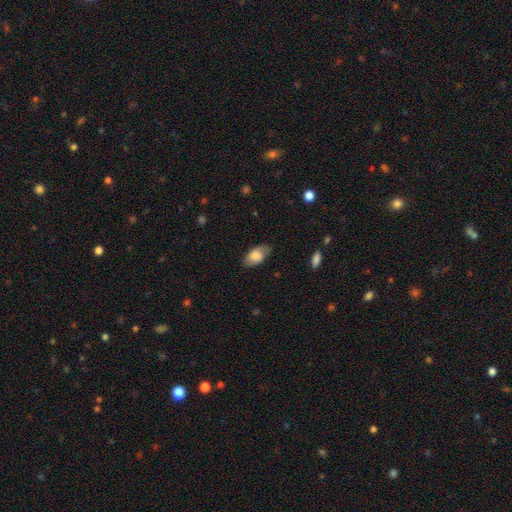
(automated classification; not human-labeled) Smooth or featured: smooth — 67% (featured or disk — 26%)
How rounded: in between — 93% (round — 4%)
Merging: none — 75% (minor disturbance — 19%)